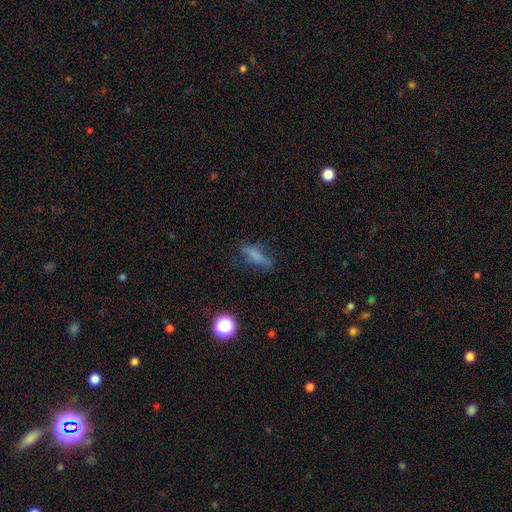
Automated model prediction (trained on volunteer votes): Overall: smooth (51%; featured or disk 31%). How rounded: cigar-shaped (49%; in between 43%). Merging: none (59%; minor disturbance 23%).